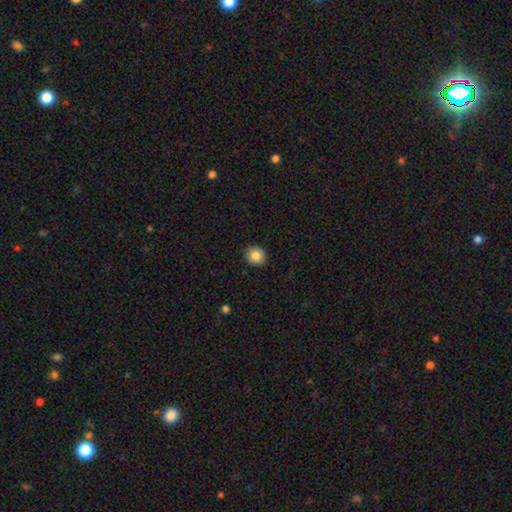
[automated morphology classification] A smooth galaxy with no disk features (85%) that is round (88%).

Vote fractions:
- Smooth or featured? smooth: 85% / star or artifact: 9% / featured or disk: 6%
- How rounded? round: 88% / in between: 11% / cigar-shaped: 1%
- Merging? none: 92% / minor disturbance: 6% / major disturbance: 2% / merger: 1%